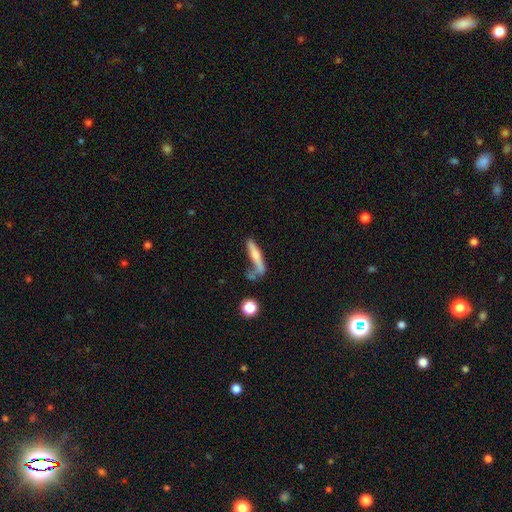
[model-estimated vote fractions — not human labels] Smooth or featured?
  - smooth: 54% *
  - featured or disk: 38%
  - star or artifact: 8%
How rounded?
  - cigar-shaped: 85% *
  - in between: 13%
  - round: 3%
Merging?
  - none: 47% *
  - minor disturbance: 21%
  - merger: 18%
  - major disturbance: 15%